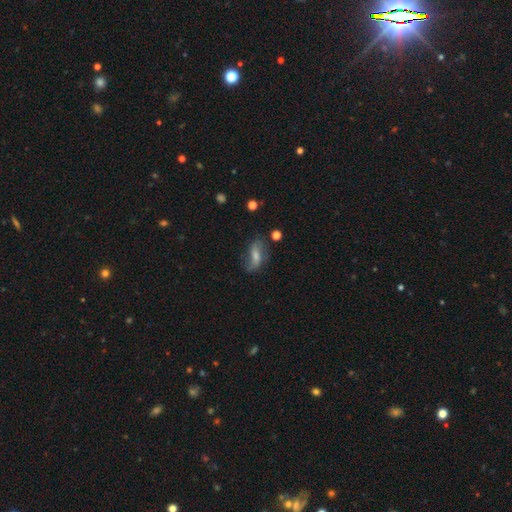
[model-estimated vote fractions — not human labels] Morphology: type=smooth (46%); merging=none (55%).